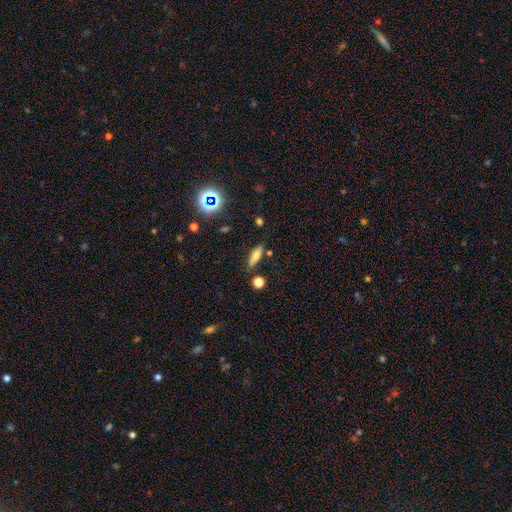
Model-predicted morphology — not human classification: Smooth or featured? smooth (66%)
How rounded? in between (51%)
Merging? none (77%)